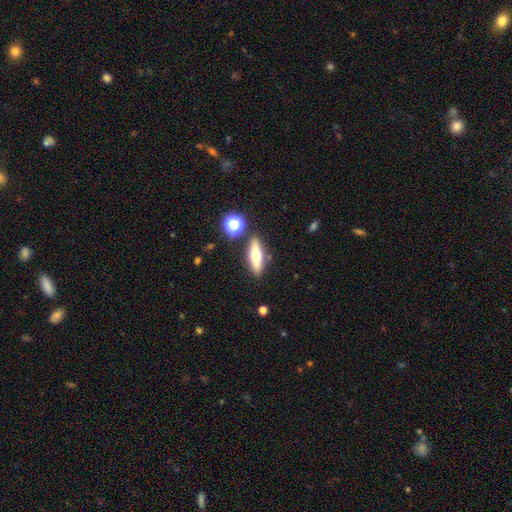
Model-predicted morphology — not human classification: smooth_or_featured: smooth (p=0.50) [alt: featured or disk p=0.42]
how_rounded: cigar-shaped (p=0.57) [alt: in between p=0.39]
merging: none (p=0.84) [alt: minor disturbance p=0.09]